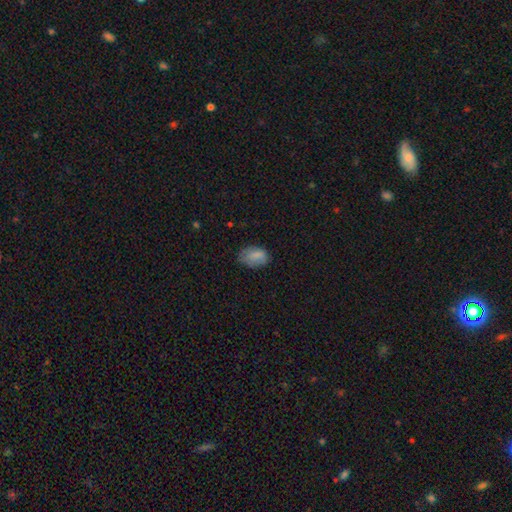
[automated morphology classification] Smooth or featured: smooth — 82% (featured or disk — 10%)
How rounded: in between — 86% (round — 12%)
Merging: none — 61% (minor disturbance — 30%)